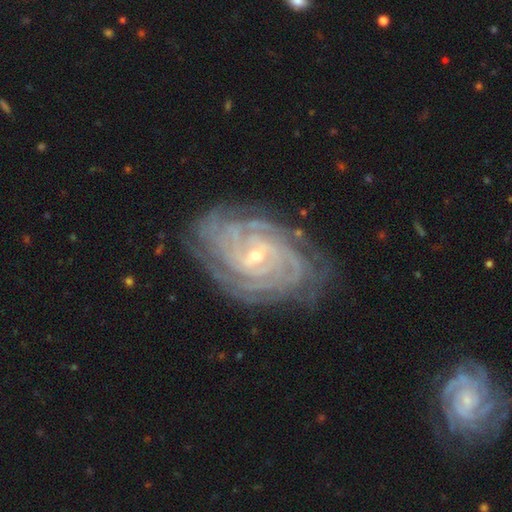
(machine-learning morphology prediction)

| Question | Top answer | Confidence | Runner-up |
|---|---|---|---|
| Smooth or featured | featured or disk | 90% | star or artifact (5%) |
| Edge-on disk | no | 97% | yes (3%) |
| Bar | weak | 42% | no (39%) |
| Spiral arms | yes | 98% | no (2%) |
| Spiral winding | tight | 84% | medium (14%) |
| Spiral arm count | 4 | 25% | can't tell (22%) |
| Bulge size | small | 74% | moderate (22%) |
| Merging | none | 79% | minor disturbance (15%) |